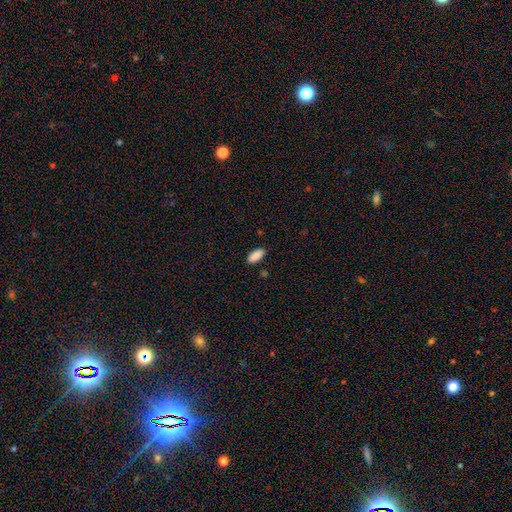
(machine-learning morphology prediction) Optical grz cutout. It shows a smooth galaxy with no disk features (90%) that is in between round and cigar-shaped (88%). Merging: none (87%).